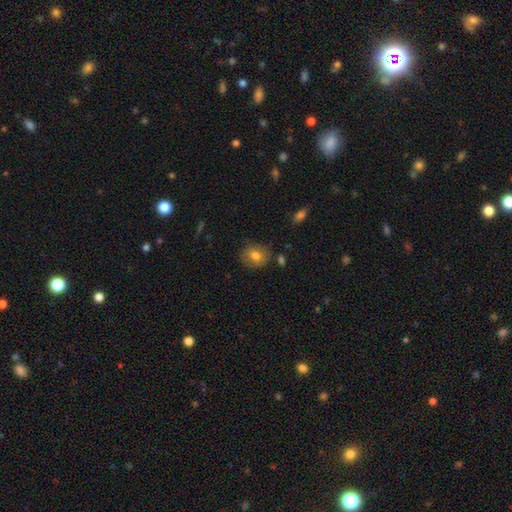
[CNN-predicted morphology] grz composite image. It shows a smooth galaxy with no disk features (75%) that is round (69%). Merging: none (78%).